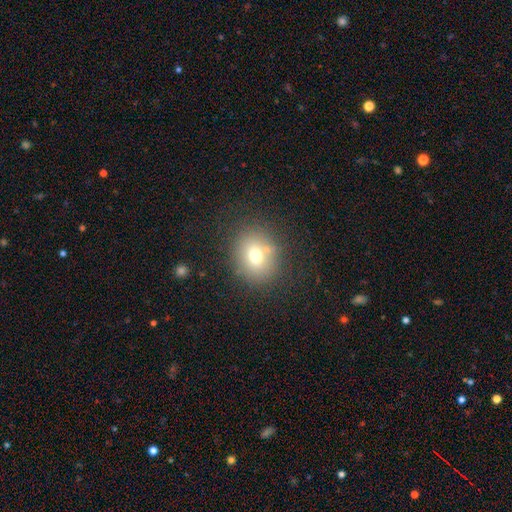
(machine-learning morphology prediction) type=smooth (69%); roundness=round (66%); merging=none (77%).